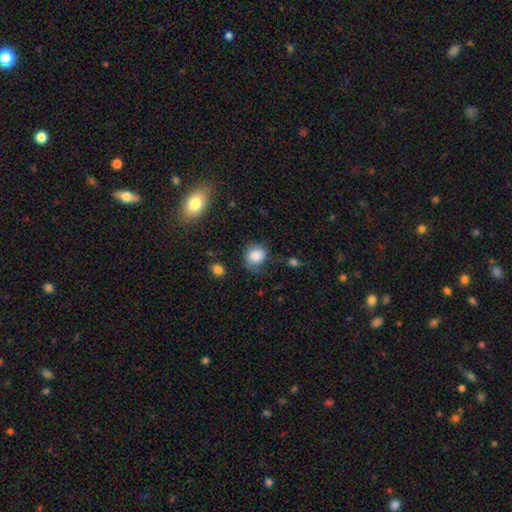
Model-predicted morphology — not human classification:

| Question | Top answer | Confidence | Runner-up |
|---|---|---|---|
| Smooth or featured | smooth | 84% | star or artifact (9%) |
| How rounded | round | 72% | in between (27%) |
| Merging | none | 63% | minor disturbance (25%) |